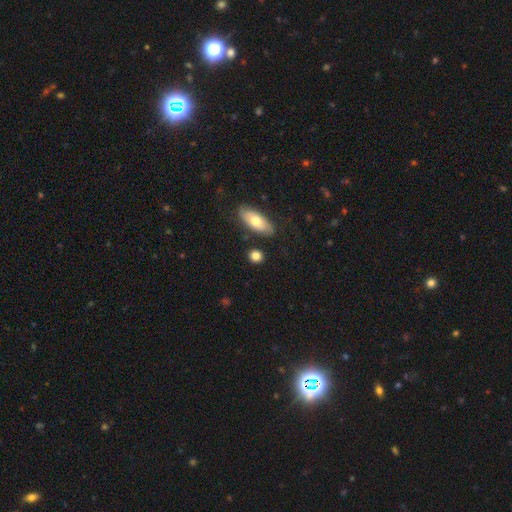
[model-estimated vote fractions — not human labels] smooth 81%, featured or disk 11%, star or artifact 8%. Down the decision tree: how rounded — round (58%); merging — none (82%).